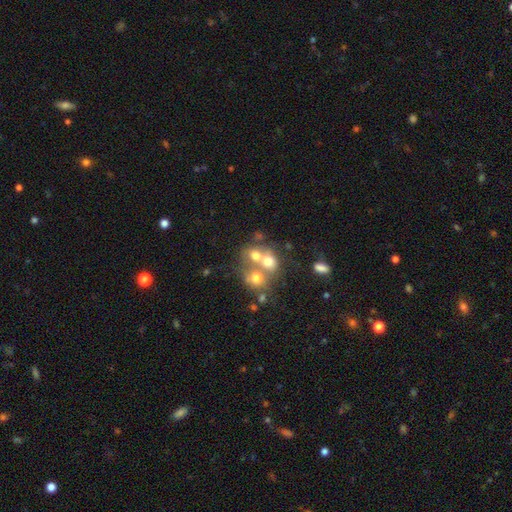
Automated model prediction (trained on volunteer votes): This appears to be a smooth galaxy with no disk features (60%) that is round (63%). Merging: merger (60%).